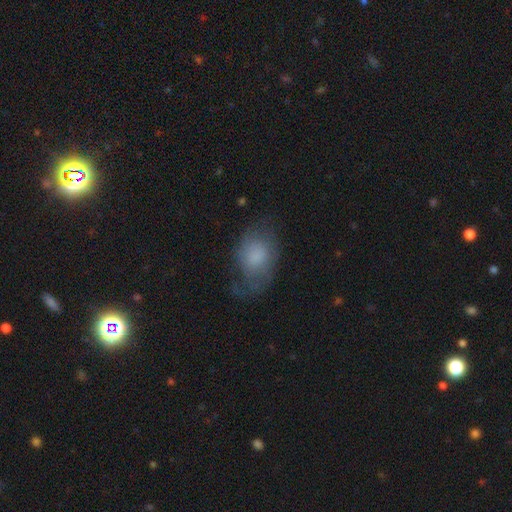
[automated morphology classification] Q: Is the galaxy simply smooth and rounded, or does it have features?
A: smooth — 59%.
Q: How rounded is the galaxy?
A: in between — 82%.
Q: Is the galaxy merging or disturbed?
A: none — 47%.